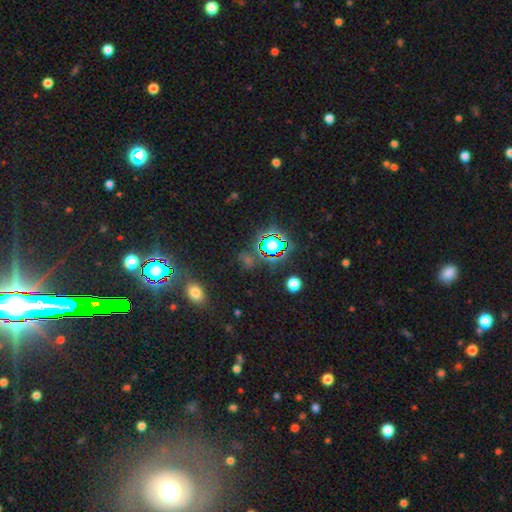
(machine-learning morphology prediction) type=star or artifact (81%).